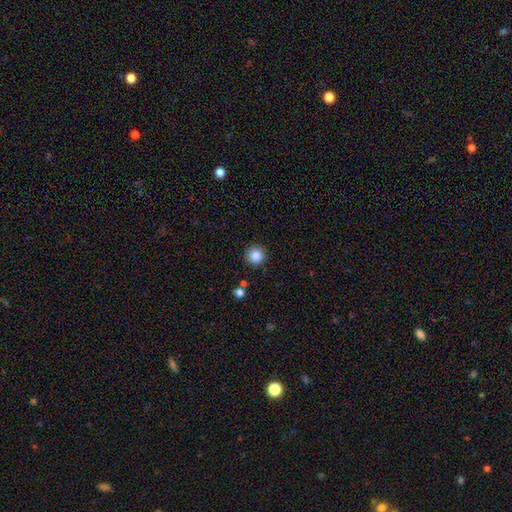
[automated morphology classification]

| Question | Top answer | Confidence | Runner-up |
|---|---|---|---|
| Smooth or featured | smooth | 86% | star or artifact (10%) |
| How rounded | round | 95% | in between (4%) |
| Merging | none | 90% | minor disturbance (6%) |